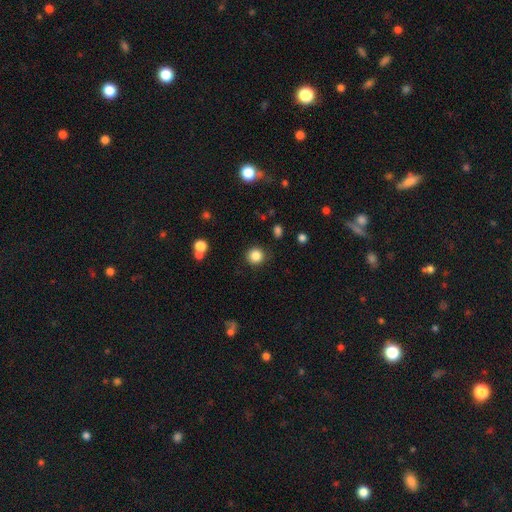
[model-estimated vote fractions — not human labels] Smooth or featured?
  - smooth: 85% *
  - star or artifact: 11%
  - featured or disk: 5%
How rounded?
  - round: 93% *
  - in between: 6%
  - cigar-shaped: 1%
Merging?
  - none: 87% *
  - minor disturbance: 8%
  - major disturbance: 3%
  - merger: 2%